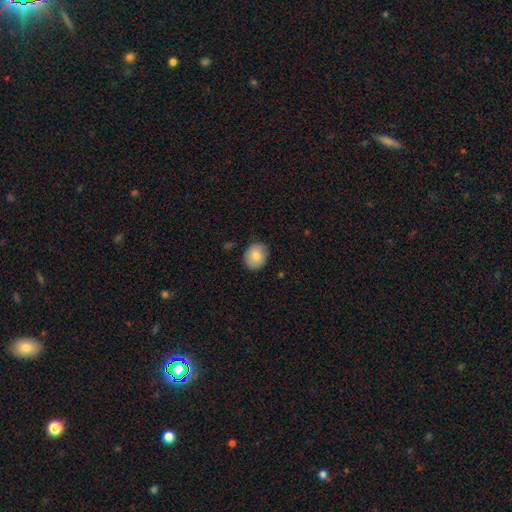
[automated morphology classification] The model was most divided on "how rounded": round: 60%, in between: 39%, cigar-shaped: 1%. More confident: merging — none (84%); smooth or featured — smooth (83%).